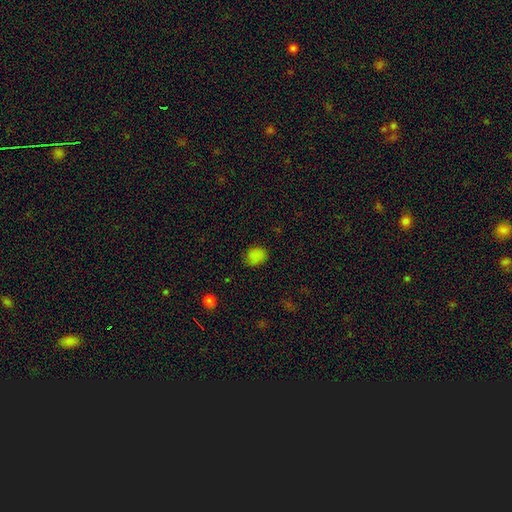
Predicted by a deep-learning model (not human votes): This is clearly a smooth galaxy (82%). How rounded: possibly round (52%). Merging: likely none (79%).